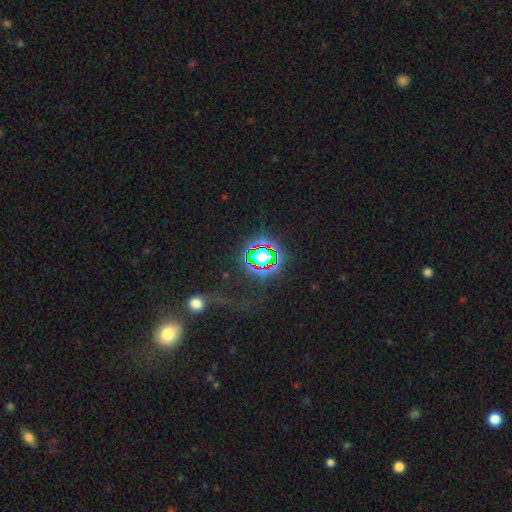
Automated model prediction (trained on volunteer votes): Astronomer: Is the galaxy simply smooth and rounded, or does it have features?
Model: star or artifact — 65%.